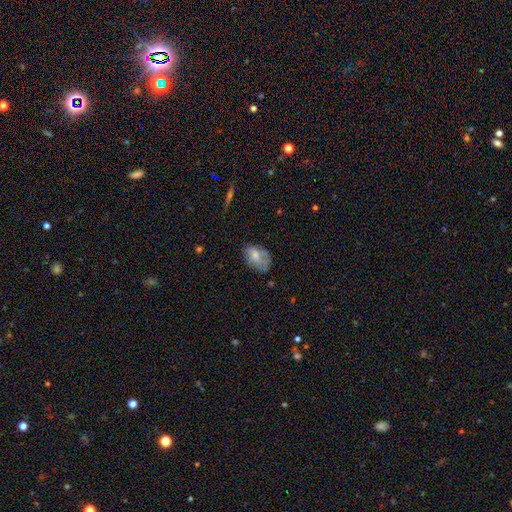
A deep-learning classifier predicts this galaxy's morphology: Smooth or featured: smooth — 65% (featured or disk — 28%)
How rounded: in between — 86% (round — 12%)
Merging: none — 54% (minor disturbance — 31%)